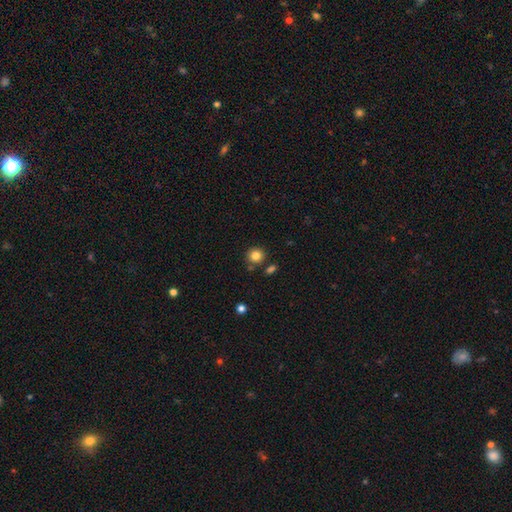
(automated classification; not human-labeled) Smooth or featured? Predicted: smooth (p=0.83). How rounded? Predicted: round (p=0.90). Merging? Predicted: none (p=0.83).